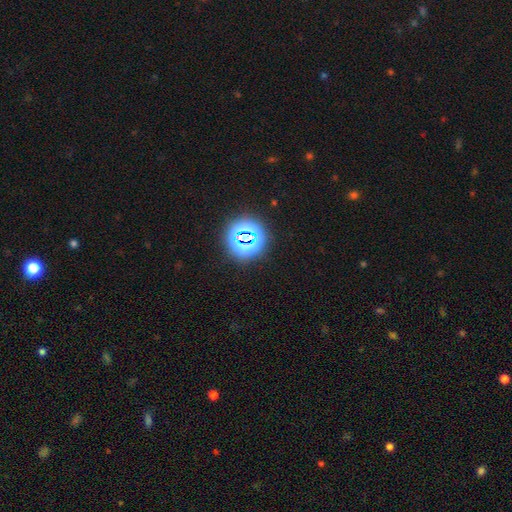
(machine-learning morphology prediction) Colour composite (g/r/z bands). It shows a star or artifact, not a galaxy (76%).